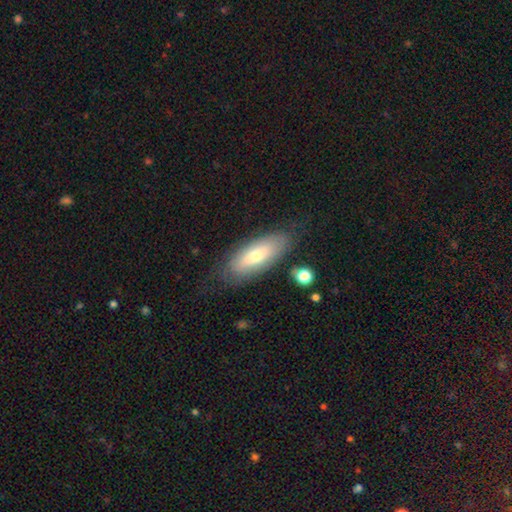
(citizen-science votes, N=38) Q: Smooth or featured?
A: smooth (66%); runner-up: featured or disk (32%)
Q: How rounded?
A: in between (72%); runner-up: cigar-shaped (28%)
Q: Merging?
A: none (86%); runner-up: minor disturbance (5%)